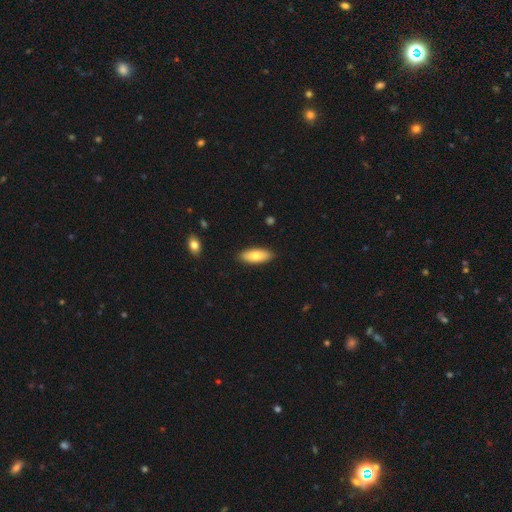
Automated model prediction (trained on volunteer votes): smooth_or_featured: smooth (p=0.78) [alt: featured or disk p=0.16]
how_rounded: in between (p=0.74) [alt: cigar-shaped p=0.24]
merging: none (p=0.88) [alt: minor disturbance p=0.09]